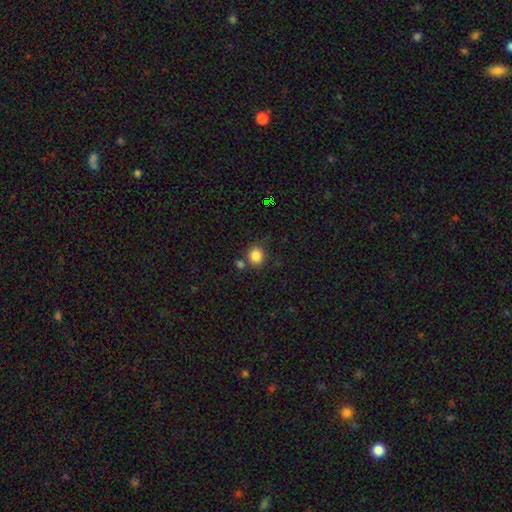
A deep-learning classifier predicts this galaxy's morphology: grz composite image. It shows a smooth galaxy with no disk features (84%) that is round (80%). Merging: none (69%).